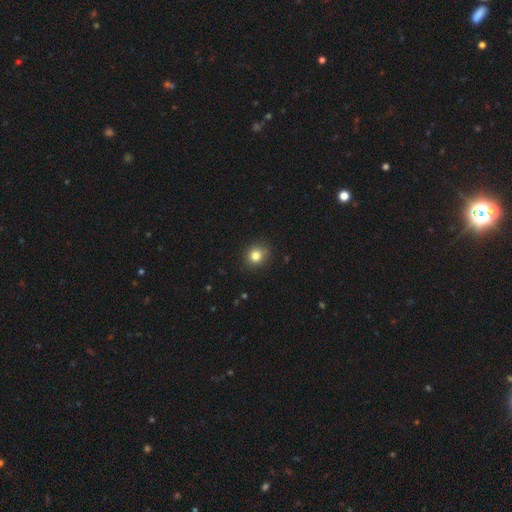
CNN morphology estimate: smooth 83%, star or artifact 12%, featured or disk 6%. Down the decision tree: how rounded — round (82%); merging — none (87%).